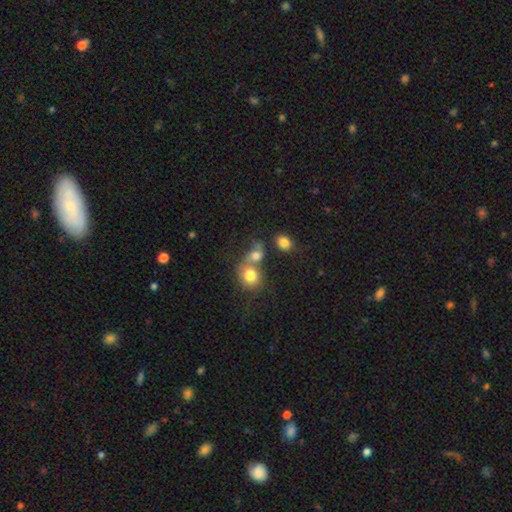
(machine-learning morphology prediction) smooth-or-featured: smooth: 72% | featured or disk: 15% | star or artifact: 13%
  how-rounded: round: 59% | in between: 39% | cigar-shaped: 2%
  merging: merger: 55% | none: 29% | minor disturbance: 9% | major disturbance: 7%